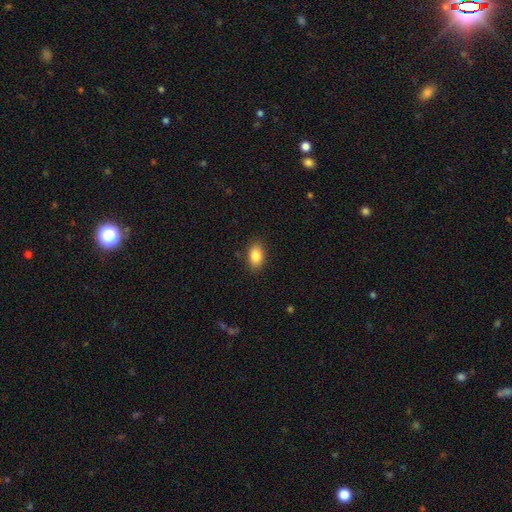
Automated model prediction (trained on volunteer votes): This is clearly a smooth galaxy (86%). How rounded: clearly in between (88%). Merging: clearly none (86%).